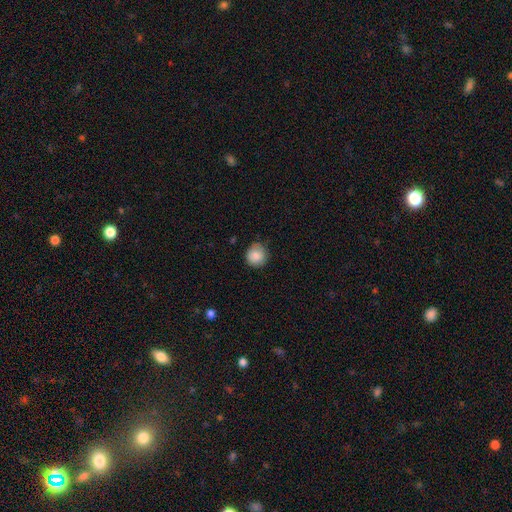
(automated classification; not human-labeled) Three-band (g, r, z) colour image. It shows a smooth galaxy with no disk features (86%) that is round (90%). Merging: none (78%).